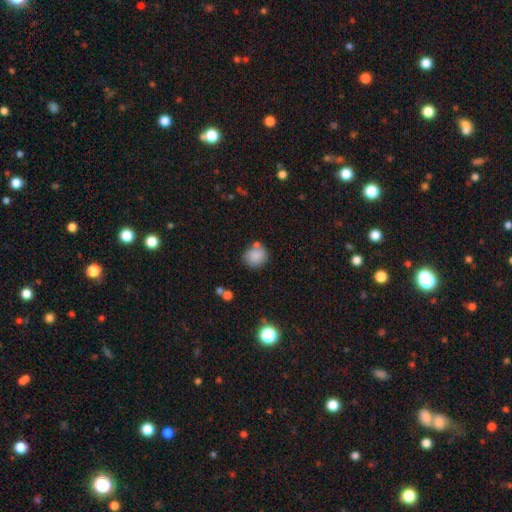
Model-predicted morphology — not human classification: smooth_or_featured: smooth (p=0.84) [alt: star or artifact p=0.09]
how_rounded: round (p=0.77) [alt: in between p=0.22]
merging: none (p=0.66) [alt: minor disturbance p=0.17]